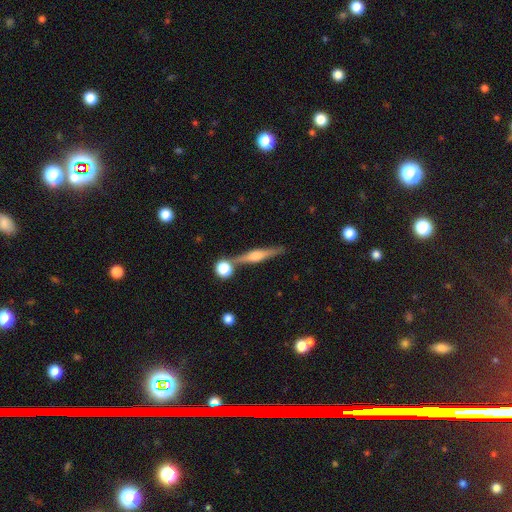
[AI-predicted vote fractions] Smooth or featured? featured or disk (72%)
Edge-on disk? yes (97%)
Edge-on bulge? rounded (82%)
Merging? none (79%)